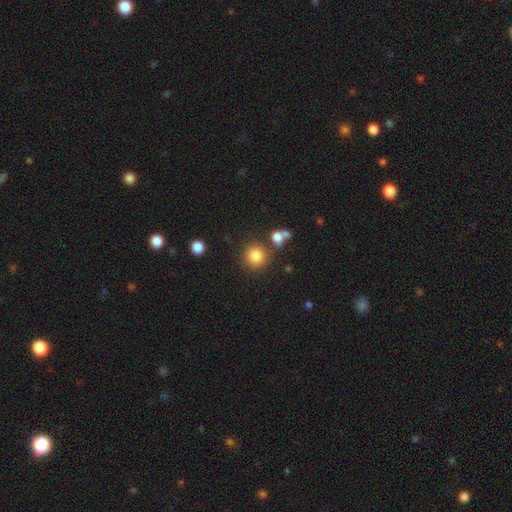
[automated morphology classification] Overall: smooth (83%). How rounded: round (91%). Merging: none (78%).